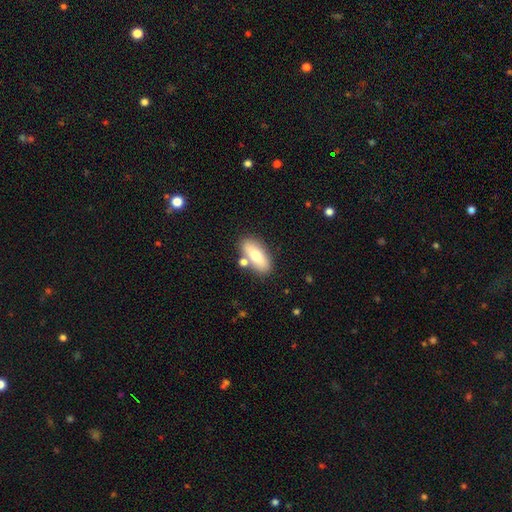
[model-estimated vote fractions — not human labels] Smooth or featured? smooth (74%)
How rounded? in between (79%)
Merging? none (72%)